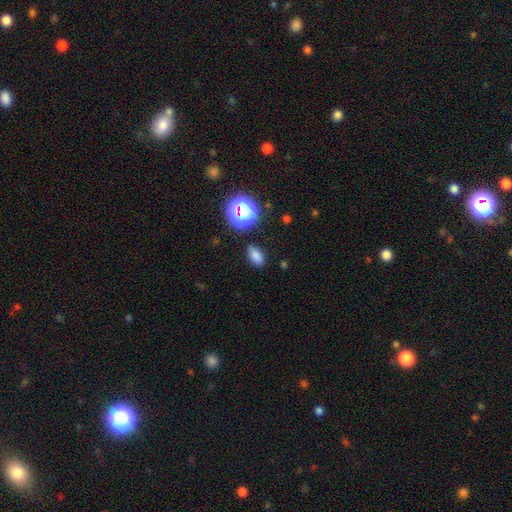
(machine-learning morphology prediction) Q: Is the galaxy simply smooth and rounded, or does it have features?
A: smooth — 77%.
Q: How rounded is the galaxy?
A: in between — 83%.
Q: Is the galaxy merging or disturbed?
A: none — 85%.